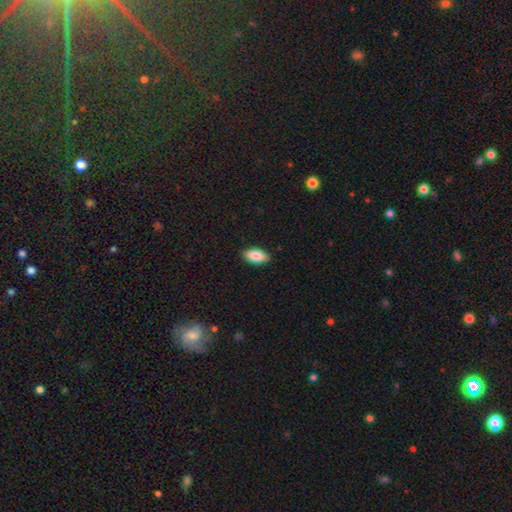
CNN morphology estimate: smooth-or-featured: smooth: 87% | featured or disk: 7% | star or artifact: 6%
  how-rounded: in between: 92% | cigar-shaped: 5% | round: 3%
  merging: none: 89% | minor disturbance: 8% | major disturbance: 2% | merger: 1%